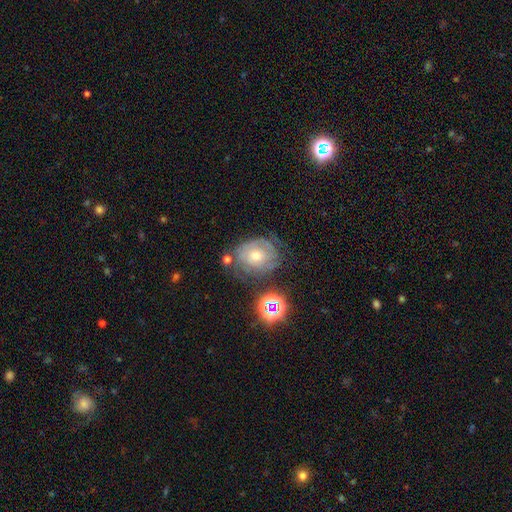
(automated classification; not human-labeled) Smooth or featured: featured or disk — 63% (smooth — 22%)
Edge-on disk: no — 96% (yes — 4%)
Bar: no — 81% (weak — 15%)
Spiral arms: yes — 79% (no — 21%)
Bulge size: moderate — 58% (small — 37%)
Merging: none — 62% (minor disturbance — 22%)